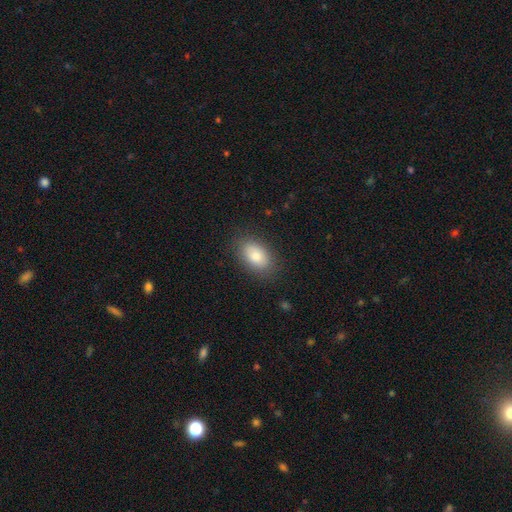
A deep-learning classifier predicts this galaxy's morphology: This appears to be a smooth galaxy with no disk features (83%) that is in between round and cigar-shaped (91%). Merging: none (84%).